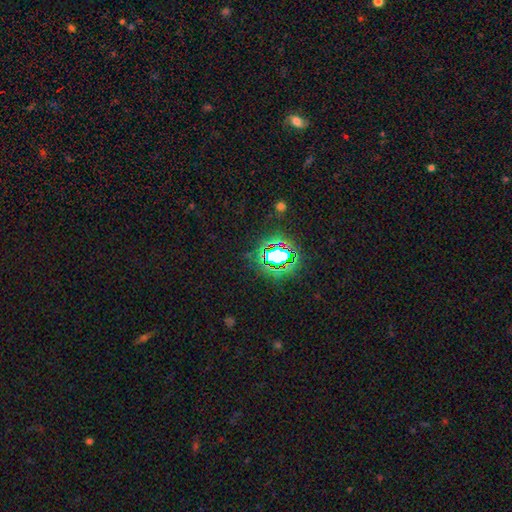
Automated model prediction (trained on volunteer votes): This is likely a star or artifact rather than a galaxy (80%).